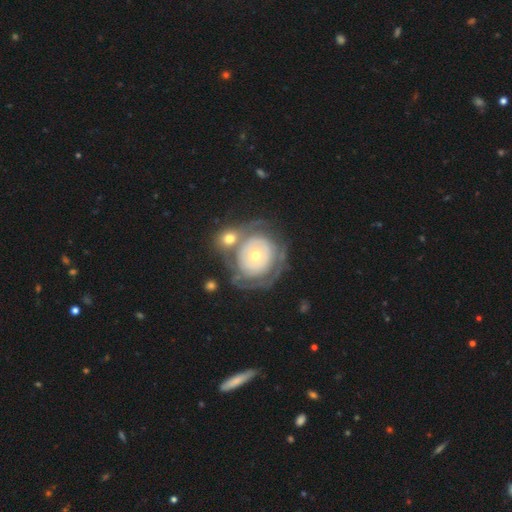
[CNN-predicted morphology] Smooth or featured?
  - featured or disk: 70% *
  - smooth: 25%
  - star or artifact: 6%
Edge-on disk?
  - no: 96% *
  - yes: 4%
Bar?
  - no: 89% *
  - weak: 8%
  - strong: 3%
Spiral arms?
  - yes: 55% *
  - no: 45%
Bulge size?
  - small: 57% *
  - moderate: 37%
  - large: 4%
  - dominant: 1%
  - none: 1%
Merging?
  - none: 48% *
  - merger: 22%
  - minor disturbance: 17%
  - major disturbance: 13%